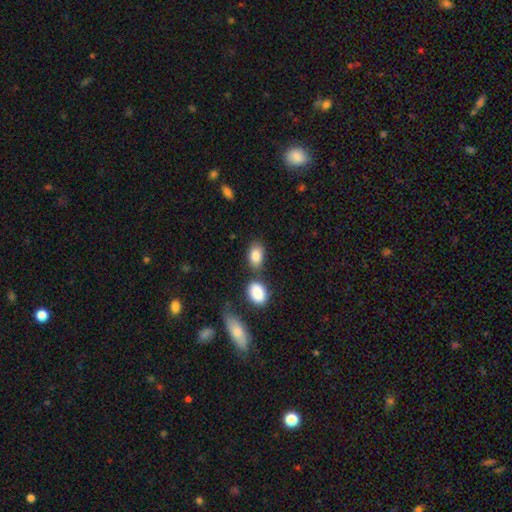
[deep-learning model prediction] Smooth or featured? smooth (85%)
How rounded? in between (86%)
Merging? none (62%)